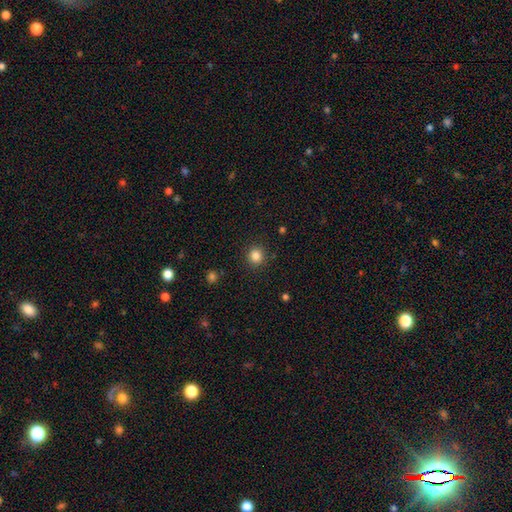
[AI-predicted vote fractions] Smooth or featured? smooth (84%)
How rounded? round (91%)
Merging? none (91%)